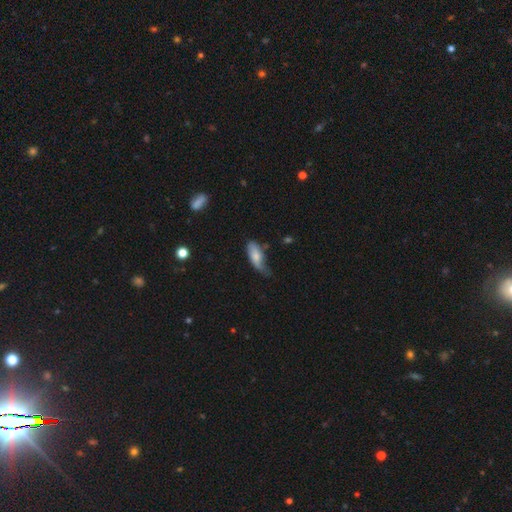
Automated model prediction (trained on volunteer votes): Smooth or featured? smooth (72%)
How rounded? in between (79%)
Merging? minor disturbance (46%)